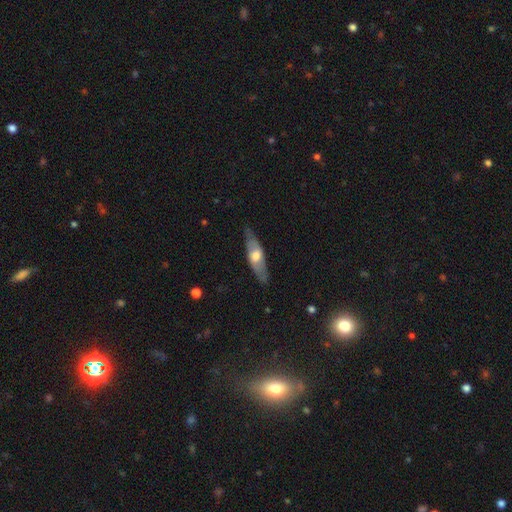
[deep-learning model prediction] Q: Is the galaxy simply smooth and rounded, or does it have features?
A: featured or disk — 49%.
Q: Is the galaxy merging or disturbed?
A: none — 78%.